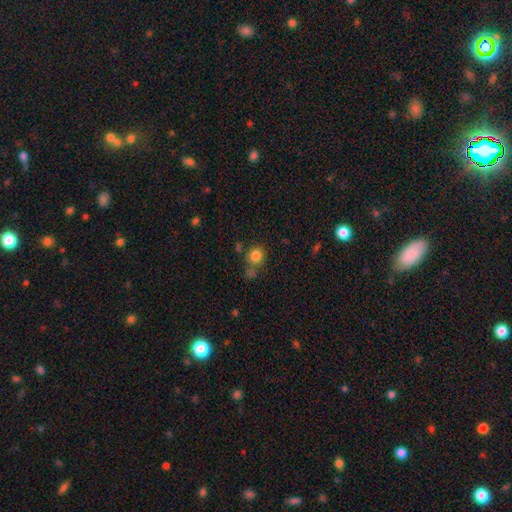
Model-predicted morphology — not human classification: type=smooth (82%); roundness=round (87%); merging=none (66%).